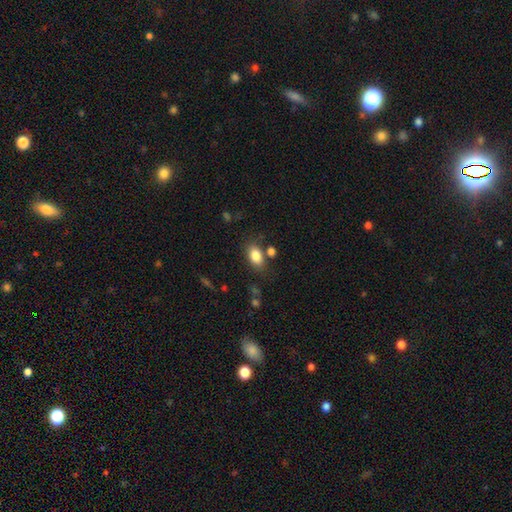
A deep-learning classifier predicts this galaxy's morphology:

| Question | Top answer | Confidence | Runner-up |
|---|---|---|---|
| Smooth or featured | smooth | 84% | star or artifact (9%) |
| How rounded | in between | 85% | round (13%) |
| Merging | none | 71% | minor disturbance (14%) |